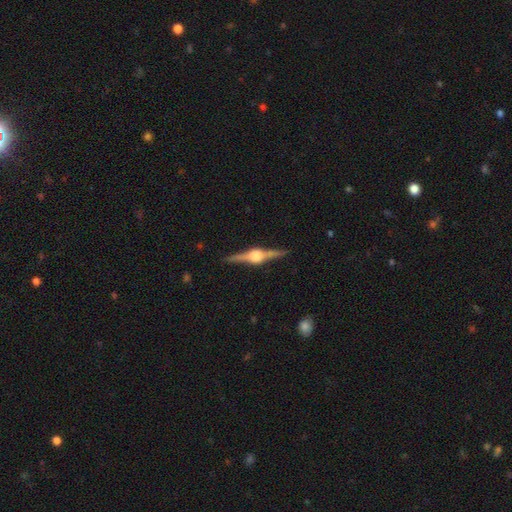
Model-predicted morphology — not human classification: smooth_or_featured: featured or disk (p=0.87) [alt: smooth p=0.07]
disk_edge_on: yes (p=0.98) [alt: no p=0.02]
edge_on_bulge: rounded (p=0.90) [alt: boxy p=0.08]
merging: none (p=0.90) [alt: minor disturbance p=0.08]